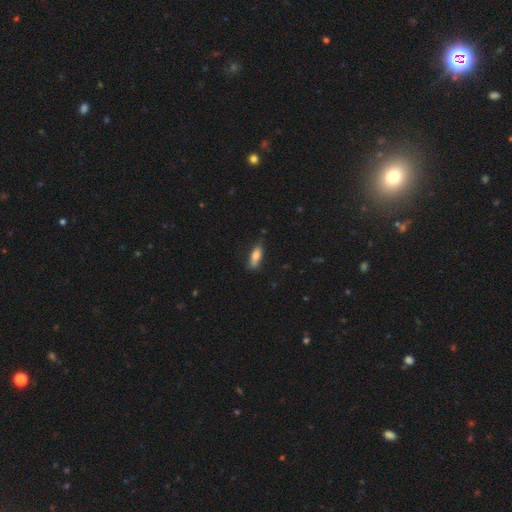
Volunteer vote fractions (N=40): Smooth or featured? 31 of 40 (78%) said smooth. How rounded? 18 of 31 (58%) said cigar-shaped. Merging? 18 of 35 (51%) said none.